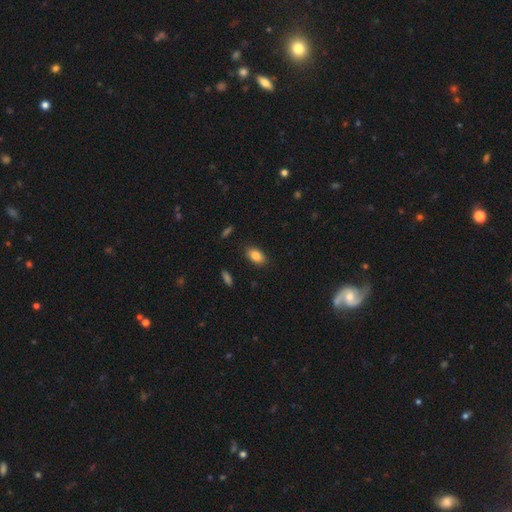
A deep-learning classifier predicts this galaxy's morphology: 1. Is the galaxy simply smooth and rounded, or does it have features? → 86% smooth, 8% star or artifact, 6% featured or disk.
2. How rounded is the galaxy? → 90% in between, 7% round, 3% cigar-shaped.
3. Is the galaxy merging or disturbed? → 87% none, 10% minor disturbance, 3% major disturbance, 1% merger.